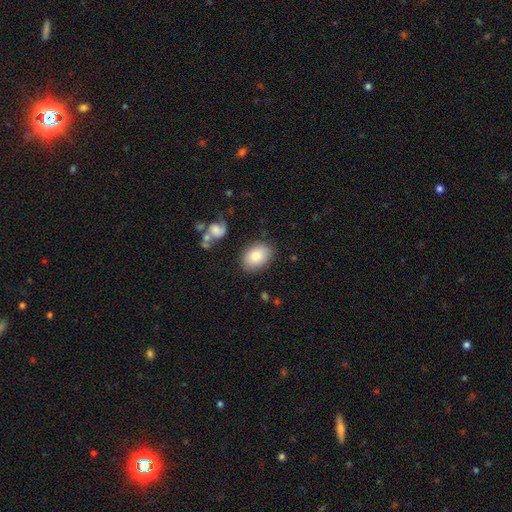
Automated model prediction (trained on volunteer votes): smooth-or-featured: smooth: 81% | featured or disk: 12% | star or artifact: 7%
  how-rounded: in between: 82% | round: 17% | cigar-shaped: 1%
  merging: none: 82% | minor disturbance: 12% | major disturbance: 3% | merger: 2%